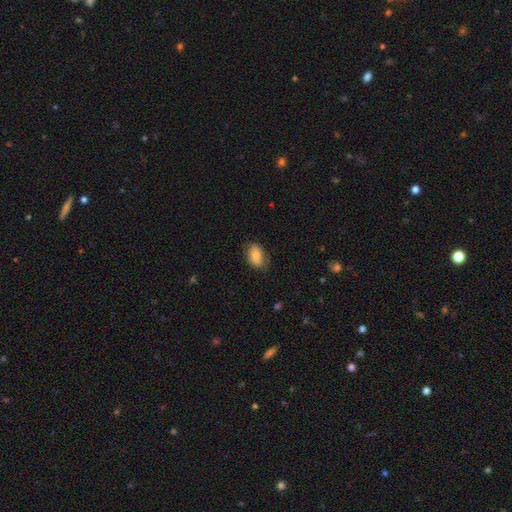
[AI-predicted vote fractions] smooth-or-featured: smooth: 76% | featured or disk: 17% | star or artifact: 7%
  how-rounded: in between: 85% | round: 13% | cigar-shaped: 1%
  merging: none: 72% | minor disturbance: 21% | major disturbance: 5% | merger: 1%